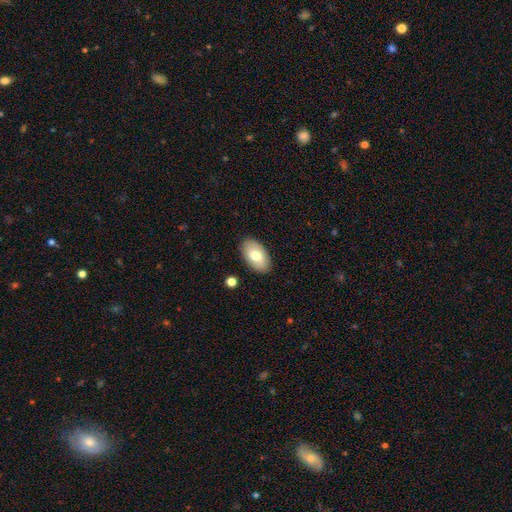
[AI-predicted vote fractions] This is likely a smooth galaxy (72%). How rounded: clearly in between (94%). Merging: clearly none (88%).